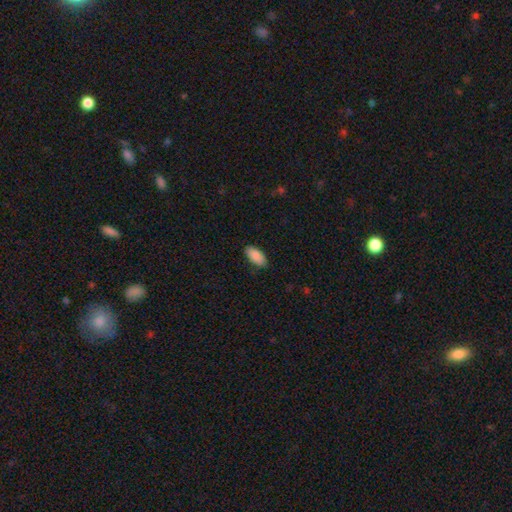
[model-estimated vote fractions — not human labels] A smooth galaxy with no disk features (90%) that is in between round and cigar-shaped (92%).

Vote fractions:
- Smooth or featured? smooth: 90% / star or artifact: 6% / featured or disk: 4%
- How rounded? in between: 92% / cigar-shaped: 7% / round: 2%
- Merging? none: 84% / minor disturbance: 12% / major disturbance: 2% / merger: 1%